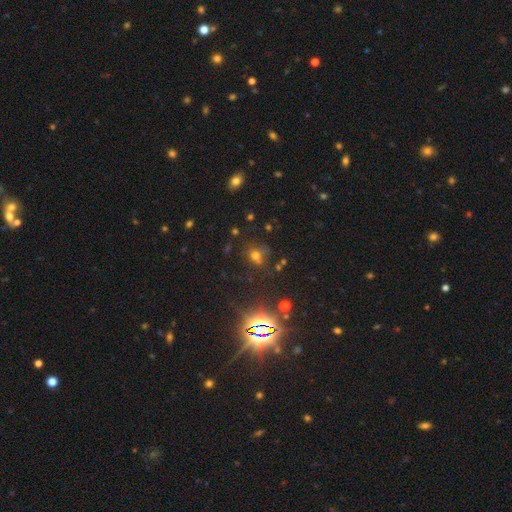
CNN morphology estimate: smooth 55%, star or artifact 33%, featured or disk 12%. Down the decision tree: how rounded — round (61%); merging — none (61%).